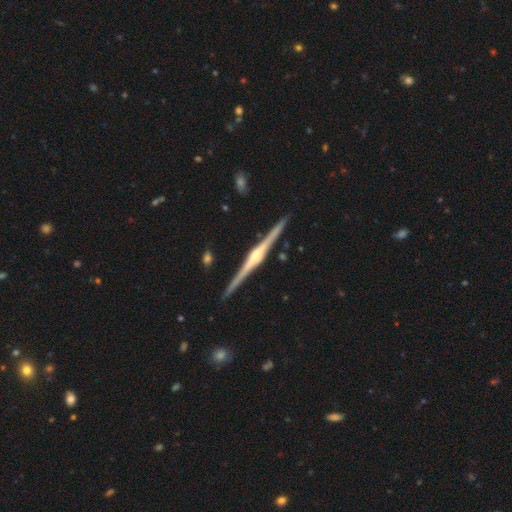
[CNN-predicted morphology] smooth-or-featured: featured or disk: 89% | smooth: 7% | star or artifact: 5%
  disk-edge-on: yes: 99% | no: 1%
    edge-on-bulge: rounded: 76% | boxy: 15% | none: 8%
  merging: none: 92% | minor disturbance: 6% | merger: 1% | major disturbance: 1%